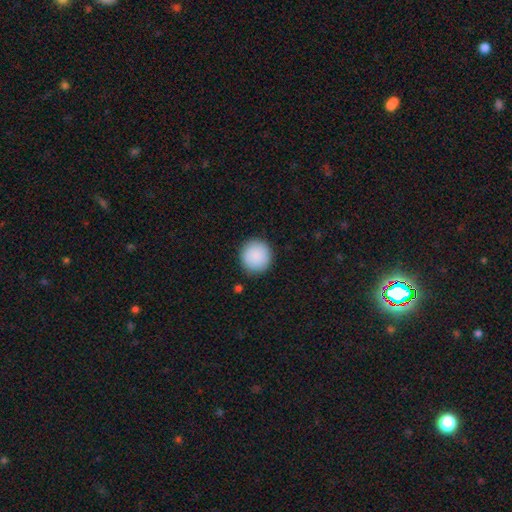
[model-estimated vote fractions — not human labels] This is clearly a smooth galaxy (89%). How rounded: clearly round (94%). Merging: clearly none (90%).